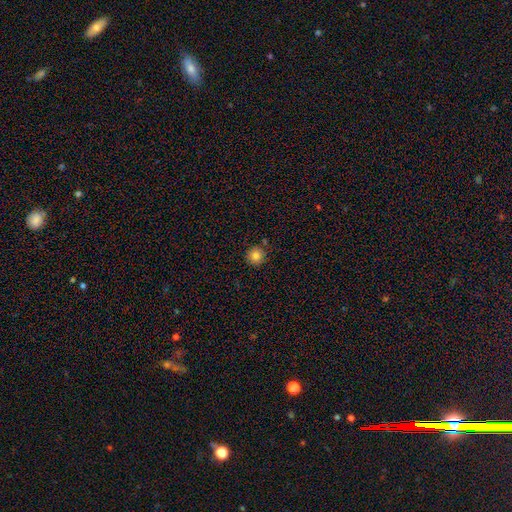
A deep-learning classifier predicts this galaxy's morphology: Smooth or featured: smooth — 82% (star or artifact — 11%)
How rounded: round — 94% (in between — 5%)
Merging: none — 86% (minor disturbance — 8%)